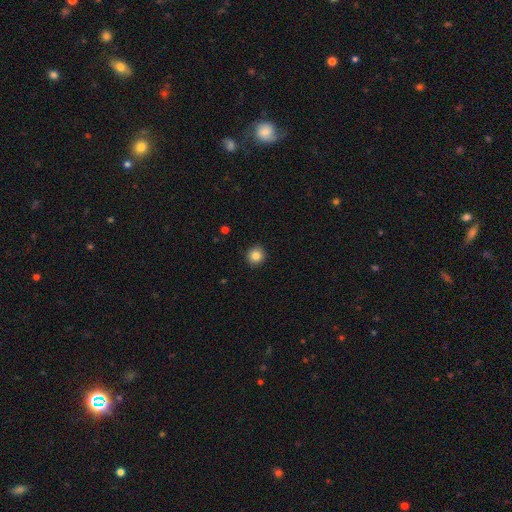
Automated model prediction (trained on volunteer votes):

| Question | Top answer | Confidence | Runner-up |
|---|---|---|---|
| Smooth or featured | smooth | 84% | star or artifact (10%) |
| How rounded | round | 92% | in between (7%) |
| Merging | none | 92% | minor disturbance (6%) |